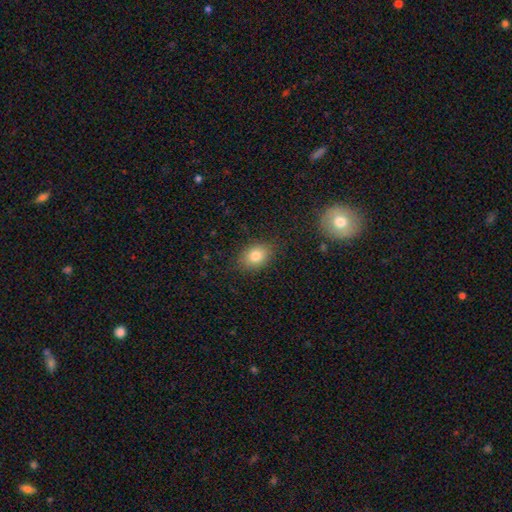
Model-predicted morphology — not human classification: Smooth or featured? Predicted: smooth (p=0.80). How rounded? Predicted: in between (p=0.67). Merging? Predicted: none (p=0.84).